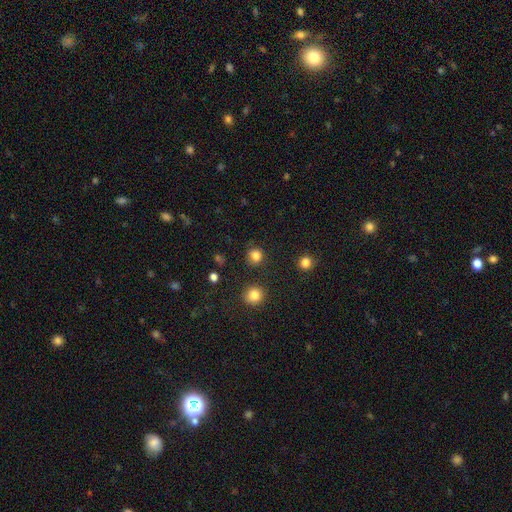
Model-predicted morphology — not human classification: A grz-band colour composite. It shows a smooth galaxy with no disk features (83%) that is round (89%). Merging: none (86%).